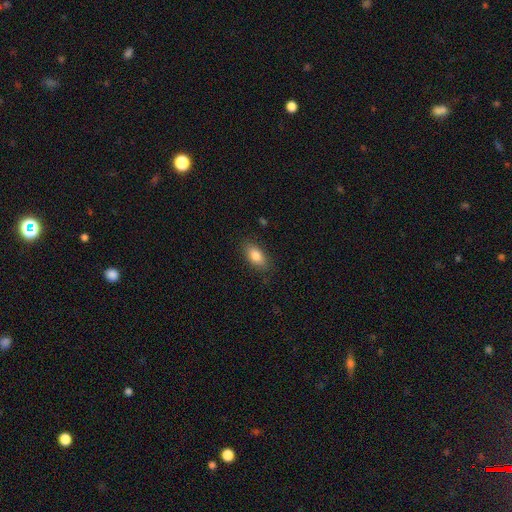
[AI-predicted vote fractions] This is clearly a smooth galaxy (83%). How rounded: clearly in between (88%). Merging: clearly none (85%).